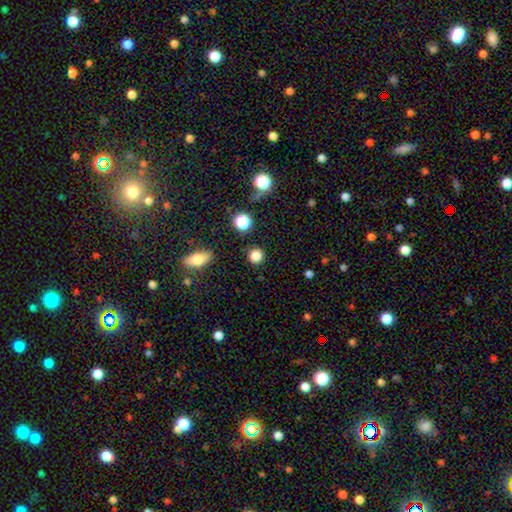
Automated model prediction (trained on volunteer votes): The model was most divided on "smooth or featured": smooth: 83%, star or artifact: 13%, featured or disk: 4%. More confident: how rounded — round (92%); merging — none (89%).